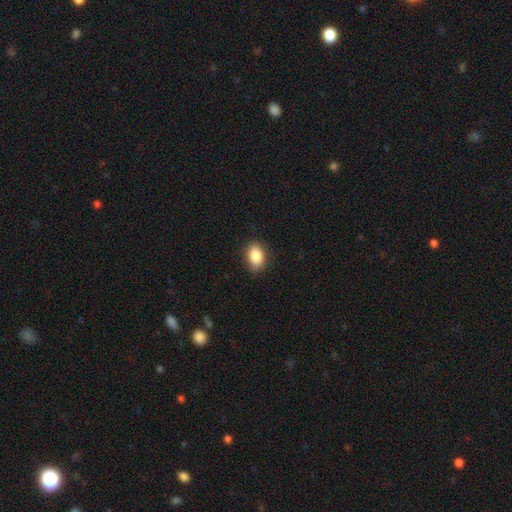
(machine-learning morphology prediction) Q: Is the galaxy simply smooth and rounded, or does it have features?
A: smooth — 86%.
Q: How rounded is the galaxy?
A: in between — 82%.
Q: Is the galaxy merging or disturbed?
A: none — 84%.